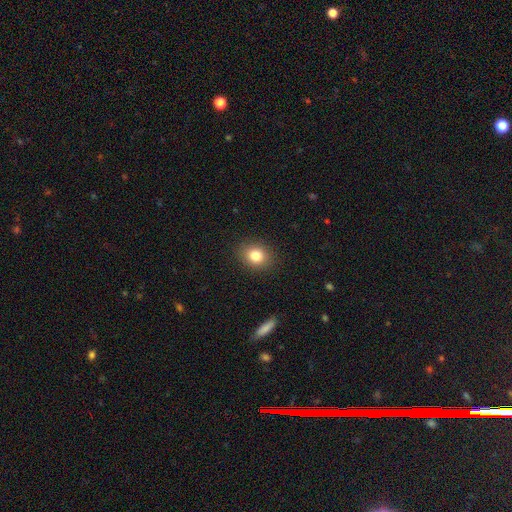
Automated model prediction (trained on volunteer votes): Smooth or featured? Predicted: smooth (p=0.82). How rounded? Predicted: round (p=0.59). Merging? Predicted: none (p=0.88).